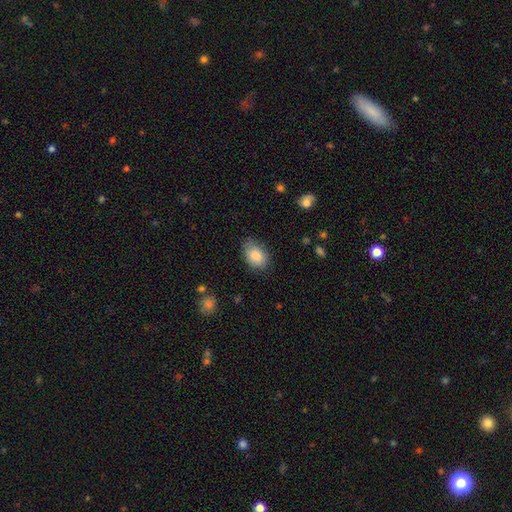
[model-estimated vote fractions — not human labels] This is clearly a smooth galaxy (85%). How rounded: clearly in between (84%). Merging: likely none (78%).